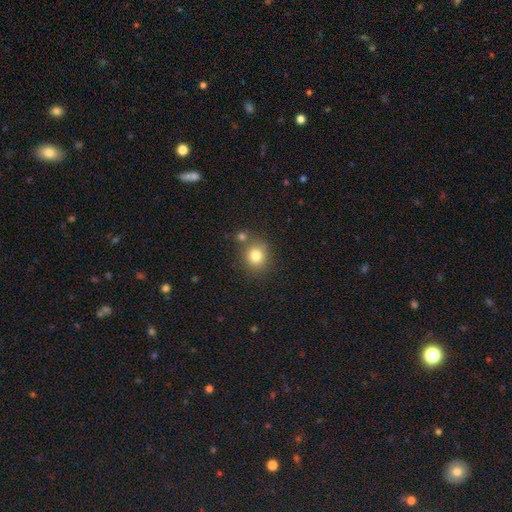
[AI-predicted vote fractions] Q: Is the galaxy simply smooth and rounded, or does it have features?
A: smooth — 80%.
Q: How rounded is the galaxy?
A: round — 81%.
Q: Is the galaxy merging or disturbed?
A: none — 72%.